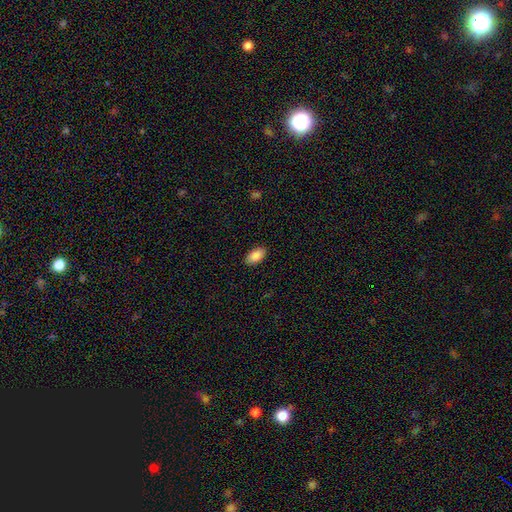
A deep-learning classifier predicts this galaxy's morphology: Smooth or featured: smooth — 89% (star or artifact — 7%)
How rounded: in between — 94% (round — 3%)
Merging: none — 89% (minor disturbance — 8%)